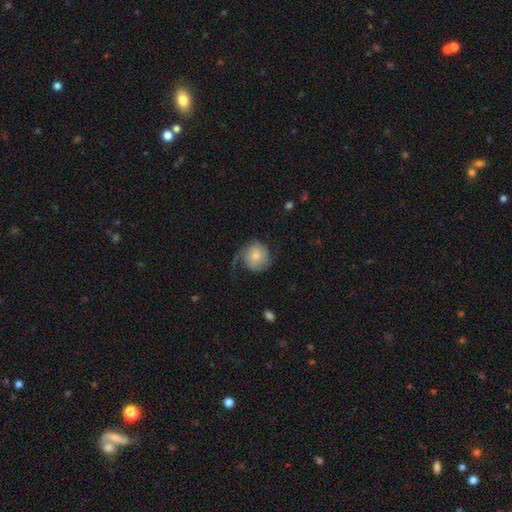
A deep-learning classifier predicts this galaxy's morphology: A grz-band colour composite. It shows a smooth galaxy with no disk features (61%) that is round (83%). Merging: none (40%).